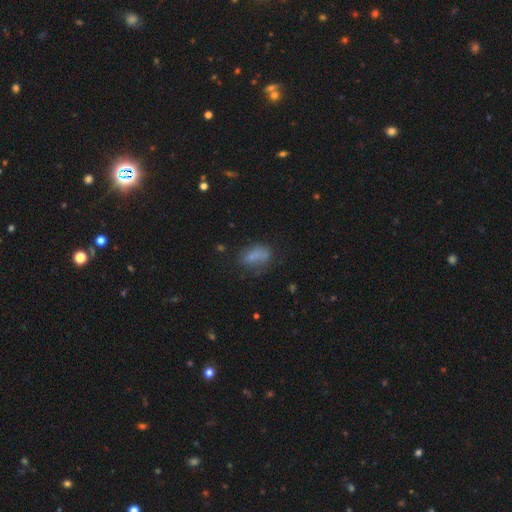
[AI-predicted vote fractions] Smooth or featured?
  - smooth: 69% *
  - featured or disk: 17%
  - star or artifact: 14%
How rounded?
  - in between: 82% *
  - round: 13%
  - cigar-shaped: 5%
Merging?
  - none: 52% *
  - minor disturbance: 25%
  - major disturbance: 15%
  - merger: 8%